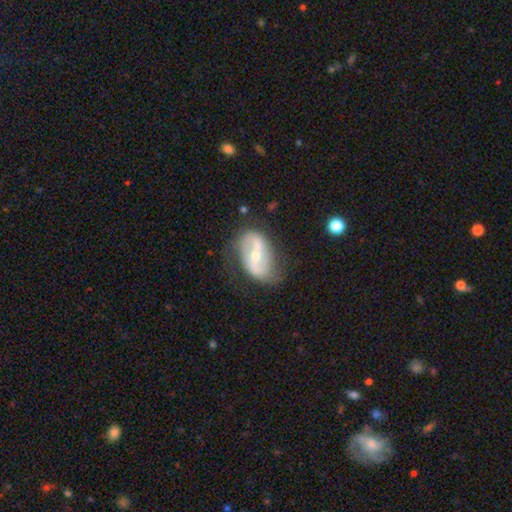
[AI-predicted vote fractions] smooth-or-featured: featured or disk: 75% | smooth: 19% | star or artifact: 6%
  disk-edge-on: no: 95% | yes: 5%
    bar: strong: 38% | weak: 35% | no: 27%
    has-spiral-arms: yes: 77% | no: 23%
      spiral-winding: loose: 46% | medium: 37% | tight: 17%
      spiral-arm-count: 2: 84% | can't tell: 10% | 1: 3% | 3: 1% | 4: 1% | more than 4: 1%
    bulge-size: moderate: 49% | small: 47% | large: 2% | none: 1% | dominant: 1%
  merging: none: 63% | minor disturbance: 23% | major disturbance: 11% | merger: 3%